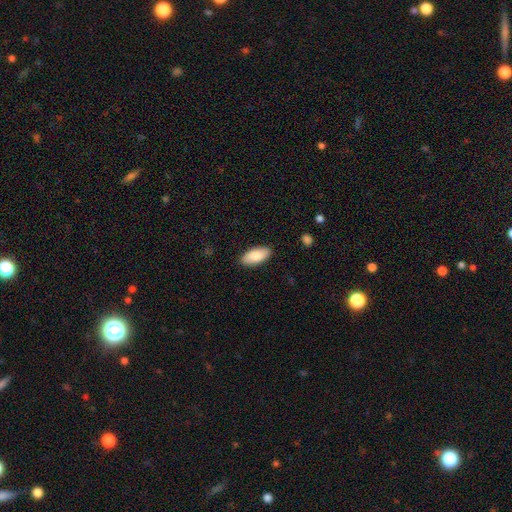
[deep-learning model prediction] This is clearly a smooth galaxy (84%). How rounded: clearly in between (90%). Merging: clearly none (88%).